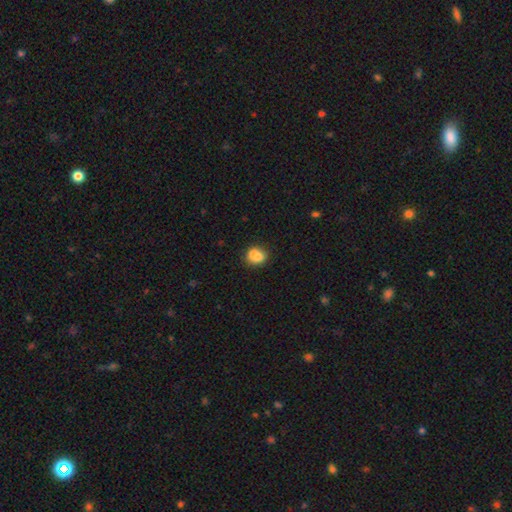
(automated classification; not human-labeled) Overall: smooth (81%). How rounded: round (59%; in between 40%). Merging: none (60%).